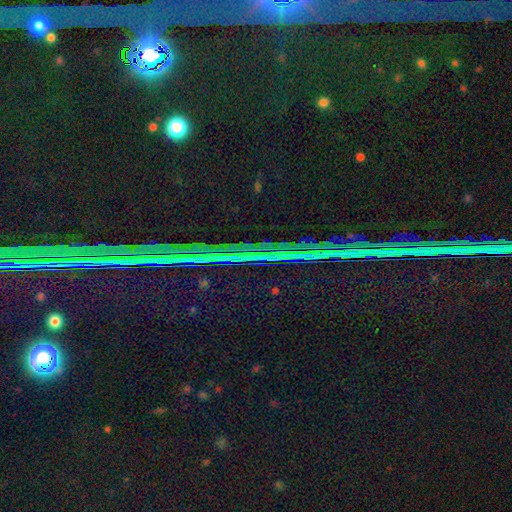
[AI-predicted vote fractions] Q: Smooth or featured?
A: star or artifact (87%); runner-up: featured or disk (7%)